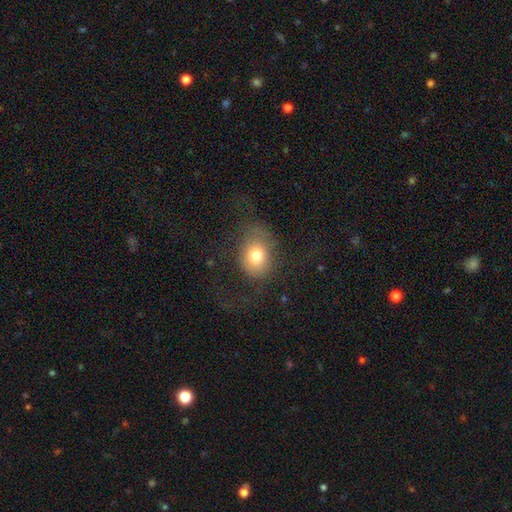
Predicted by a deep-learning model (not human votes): Morphology: type=smooth (75%); roundness=in between (53%); merging=none (56%).